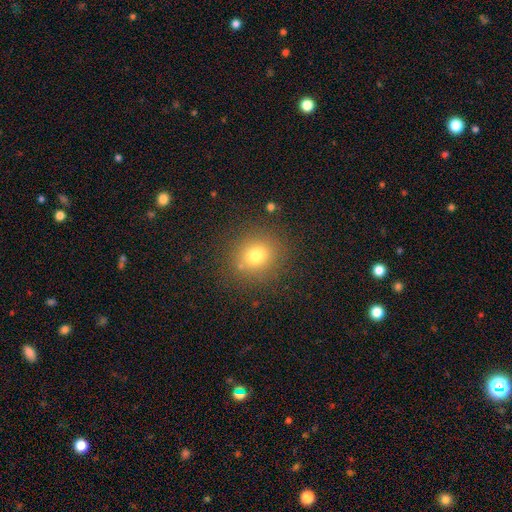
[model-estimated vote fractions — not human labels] The model was most divided on "smooth or featured": smooth: 74%, star or artifact: 16%, featured or disk: 10%. More confident: merging — none (85%); how rounded — round (82%).